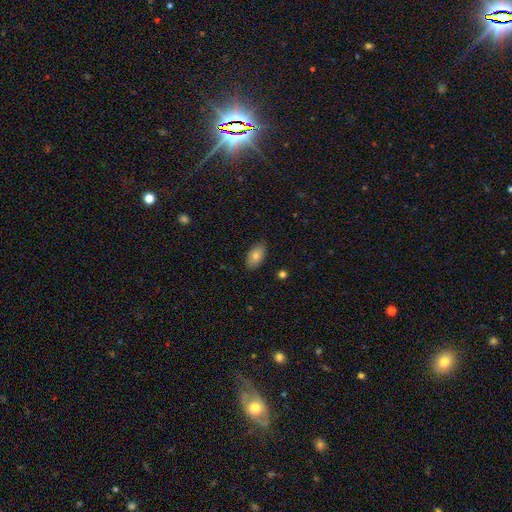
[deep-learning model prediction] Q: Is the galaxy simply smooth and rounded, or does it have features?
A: smooth — 77%.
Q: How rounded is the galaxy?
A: in between — 92%.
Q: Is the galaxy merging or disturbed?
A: none — 85%.